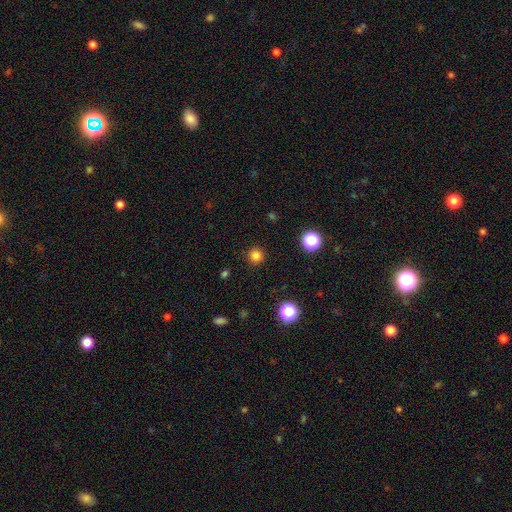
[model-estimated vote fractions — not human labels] smooth 82%, star or artifact 15%, featured or disk 4%. Down the decision tree: how rounded — round (95%); merging — none (91%).